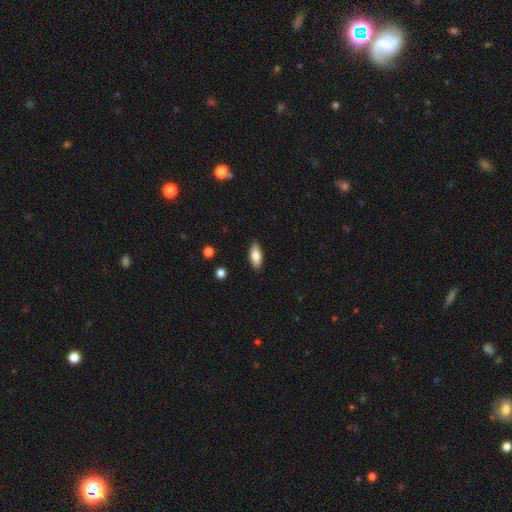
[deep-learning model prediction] Morphology: type=smooth (83%); roundness=in between (80%); merging=none (88%).